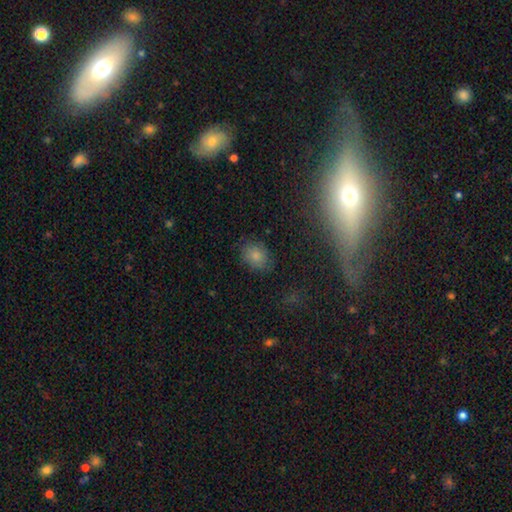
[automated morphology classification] The model was most divided on "how rounded": in between: 58%, round: 41%, cigar-shaped: 1%. More confident: smooth or featured — smooth (81%); merging — none (81%).